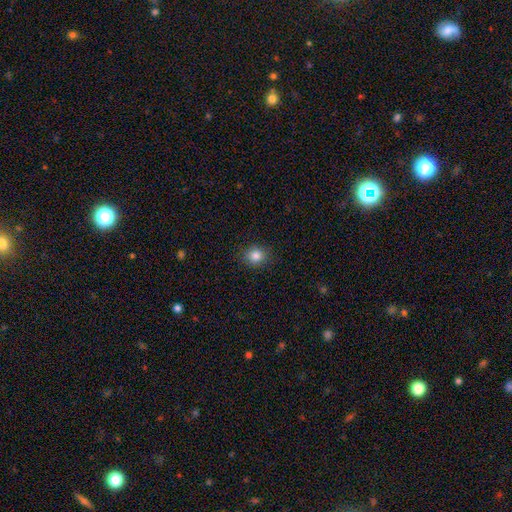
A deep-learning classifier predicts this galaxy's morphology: smooth 84%, star or artifact 11%, featured or disk 5%. Down the decision tree: how rounded — round (79%); merging — none (89%).